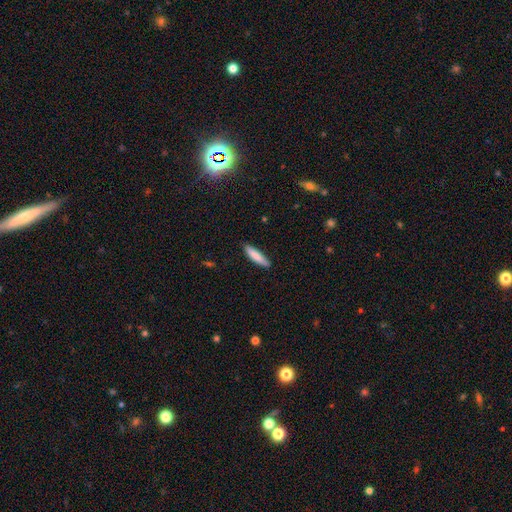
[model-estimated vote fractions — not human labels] smooth_or_featured: smooth (p=0.83) [alt: featured or disk p=0.11]
how_rounded: cigar-shaped (p=0.78) [alt: in between p=0.20]
merging: none (p=0.84) [alt: minor disturbance p=0.12]